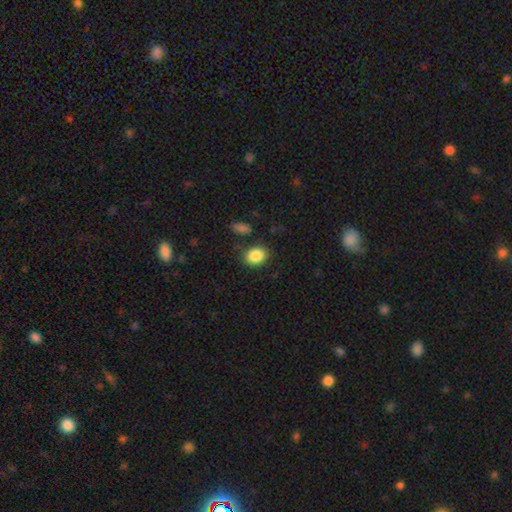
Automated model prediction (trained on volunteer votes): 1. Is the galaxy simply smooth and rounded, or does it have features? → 88% smooth, 8% star or artifact, 4% featured or disk.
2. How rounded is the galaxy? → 67% in between, 32% round, 1% cigar-shaped.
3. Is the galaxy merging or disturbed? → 81% none, 11% minor disturbance, 4% merger, 3% major disturbance.